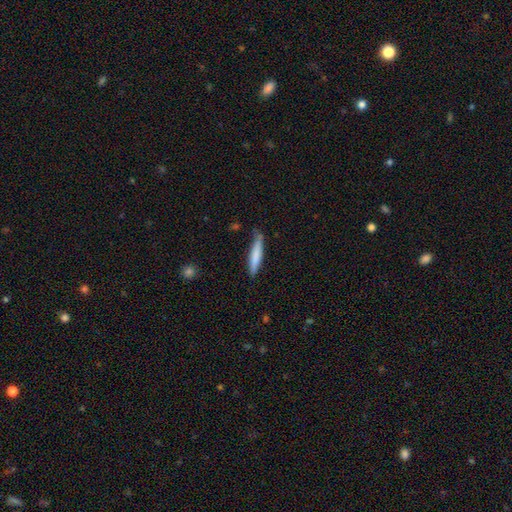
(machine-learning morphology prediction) smooth_or_featured: smooth (p=0.76) [alt: featured or disk p=0.19]
how_rounded: cigar-shaped (p=0.88) [alt: in between p=0.11]
merging: none (p=0.70) [alt: minor disturbance p=0.24]